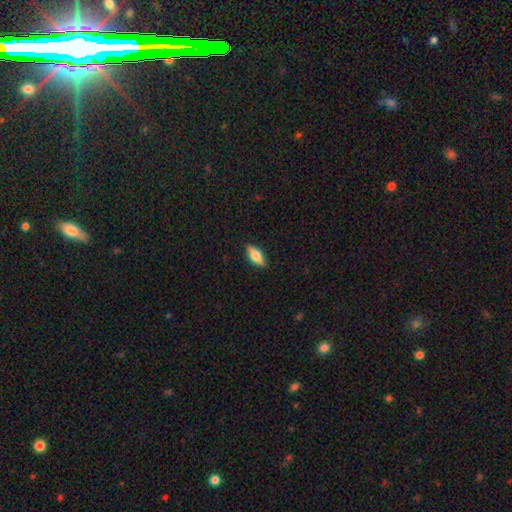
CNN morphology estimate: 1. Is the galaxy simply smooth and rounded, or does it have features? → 72% smooth, 21% featured or disk, 6% star or artifact.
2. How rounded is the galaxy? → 75% in between, 22% cigar-shaped, 3% round.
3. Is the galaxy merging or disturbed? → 87% none, 10% minor disturbance, 2% major disturbance, 1% merger.